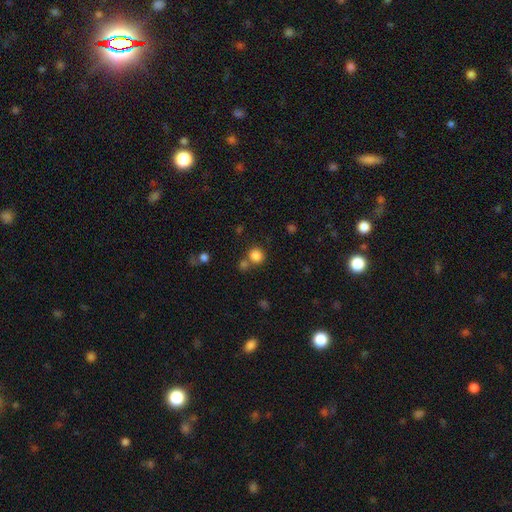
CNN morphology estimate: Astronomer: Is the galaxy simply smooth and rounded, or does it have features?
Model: smooth — 83%.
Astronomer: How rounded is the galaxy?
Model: round — 89%.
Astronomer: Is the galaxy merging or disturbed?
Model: none — 66%.